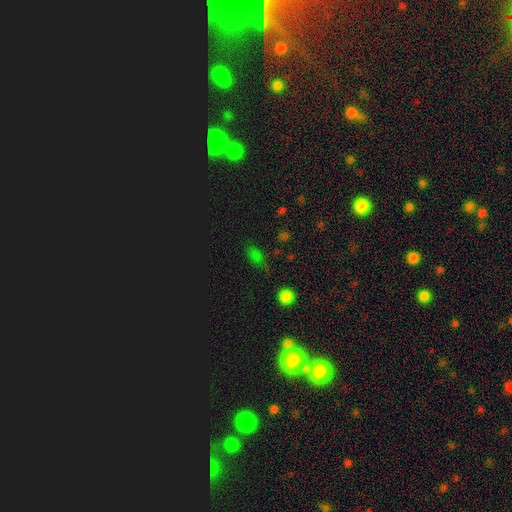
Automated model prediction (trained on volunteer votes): Smooth or featured?
  - star or artifact: 48% *
  - smooth: 45%
  - featured or disk: 7%